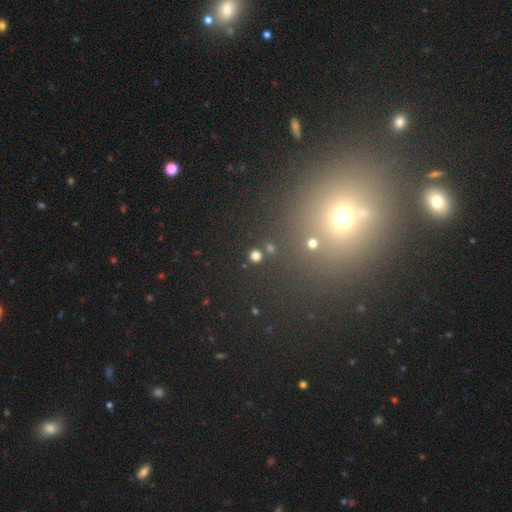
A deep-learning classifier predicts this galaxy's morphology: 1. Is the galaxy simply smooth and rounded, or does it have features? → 74% smooth, 21% star or artifact, 5% featured or disk.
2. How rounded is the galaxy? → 88% round, 10% in between, 1% cigar-shaped.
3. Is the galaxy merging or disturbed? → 87% none, 6% minor disturbance, 5% merger, 3% major disturbance.